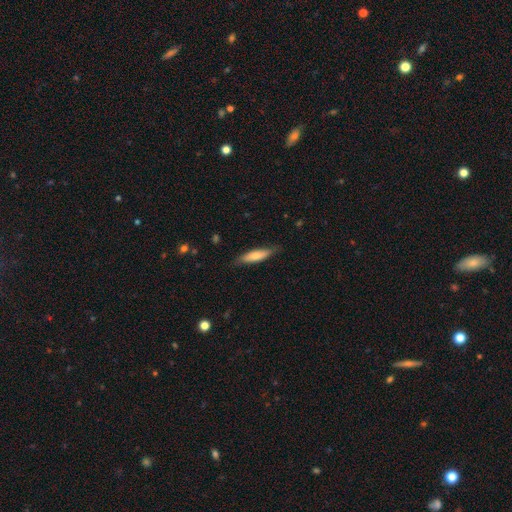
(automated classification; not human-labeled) smooth_or_featured: smooth (p=0.71) [alt: featured or disk p=0.24]
how_rounded: cigar-shaped (p=0.67) [alt: in between p=0.31]
merging: none (p=0.79) [alt: minor disturbance p=0.17]